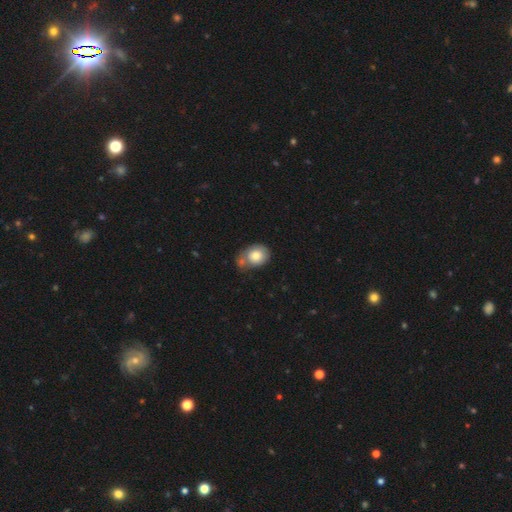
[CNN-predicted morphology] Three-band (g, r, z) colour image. It shows a smooth galaxy with no disk features (79%) that is round (51%). Merging: none (45%).